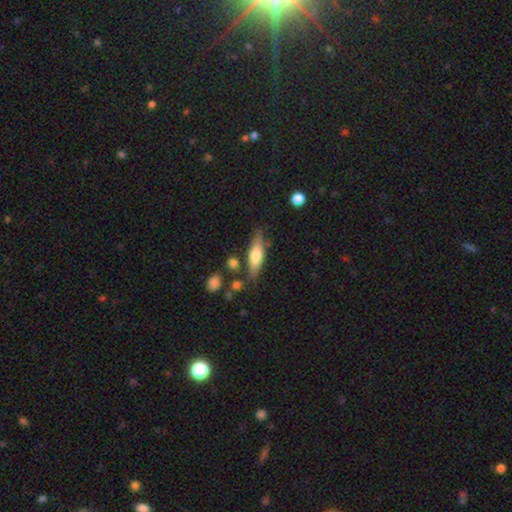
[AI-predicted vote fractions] This appears to be a smooth galaxy with no disk features (59%) that is cigar-shaped (56%). Merging: none (76%).